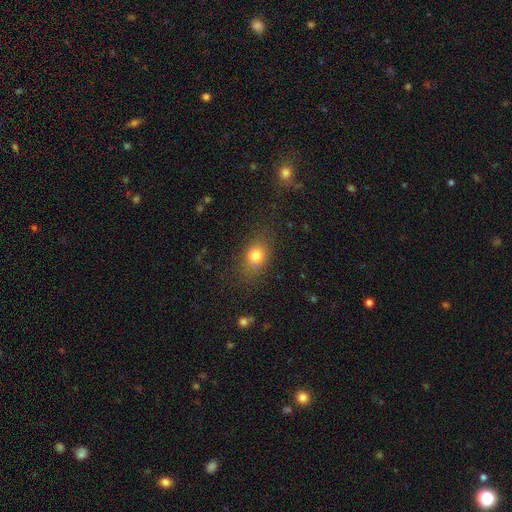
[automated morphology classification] smooth_or_featured: smooth (p=0.77) [alt: star or artifact p=0.13]
how_rounded: in between (p=0.56) [alt: round p=0.41]
merging: none (p=0.71) [alt: minor disturbance p=0.18]